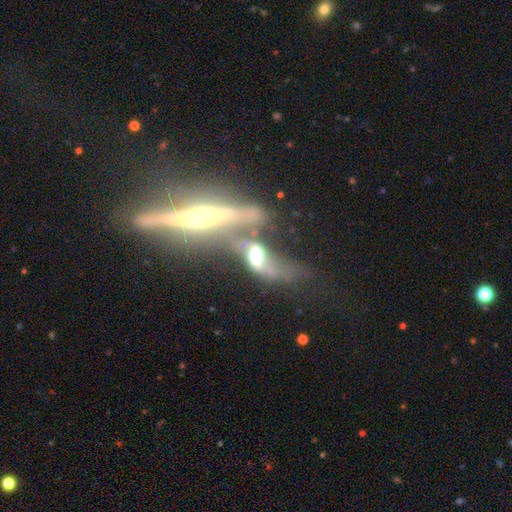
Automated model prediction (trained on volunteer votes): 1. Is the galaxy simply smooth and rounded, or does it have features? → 60% featured or disk, 29% smooth, 12% star or artifact.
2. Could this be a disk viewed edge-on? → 68% no, 32% yes.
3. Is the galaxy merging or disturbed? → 65% merger, 17% major disturbance, 11% none, 7% minor disturbance.